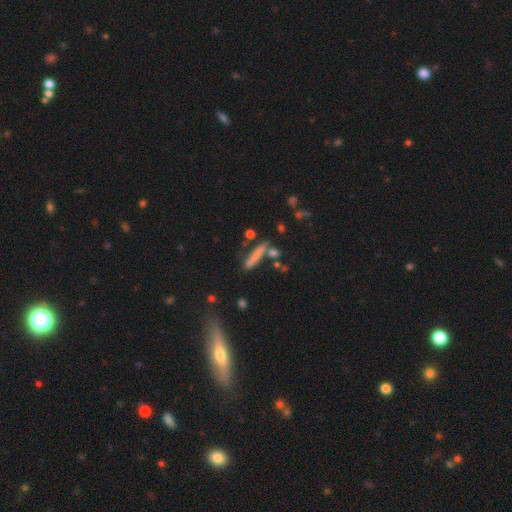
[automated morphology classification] smooth_or_featured: smooth (p=0.69) [alt: featured or disk p=0.22]
how_rounded: cigar-shaped (p=0.88) [alt: in between p=0.09]
merging: none (p=0.70) [alt: minor disturbance p=0.14]